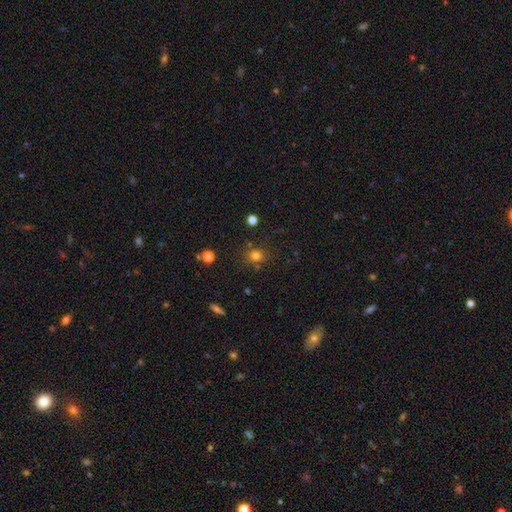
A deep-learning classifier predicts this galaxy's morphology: Smooth or featured: smooth — 77% (star or artifact — 17%)
How rounded: round — 81% (in between — 18%)
Merging: none — 79% (minor disturbance — 12%)